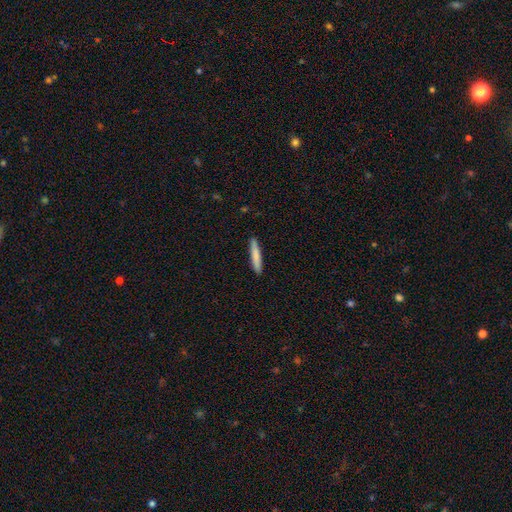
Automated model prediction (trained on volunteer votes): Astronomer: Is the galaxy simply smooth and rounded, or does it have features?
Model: smooth — 81%.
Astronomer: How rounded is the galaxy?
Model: cigar-shaped — 94%.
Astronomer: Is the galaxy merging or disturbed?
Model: none — 89%.